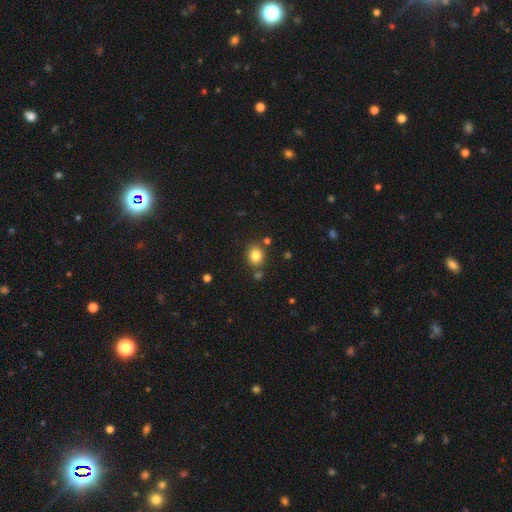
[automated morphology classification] Overall: smooth (82%). How rounded: round (69%; in between 31%). Merging: none (79%).